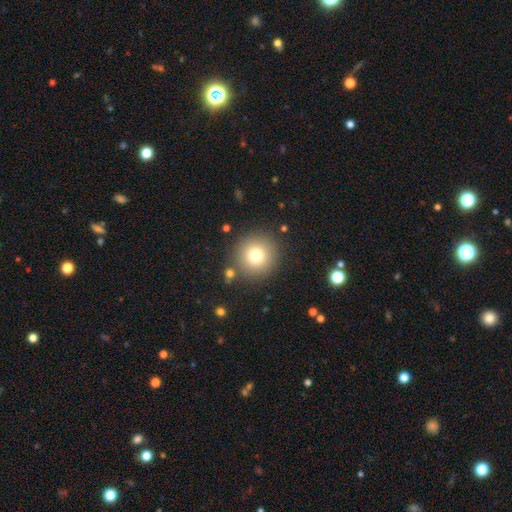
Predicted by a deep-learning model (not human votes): Q: Smooth or featured?
A: smooth (75%); runner-up: star or artifact (13%)
Q: How rounded?
A: round (95%); runner-up: in between (4%)
Q: Merging?
A: none (86%); runner-up: minor disturbance (7%)